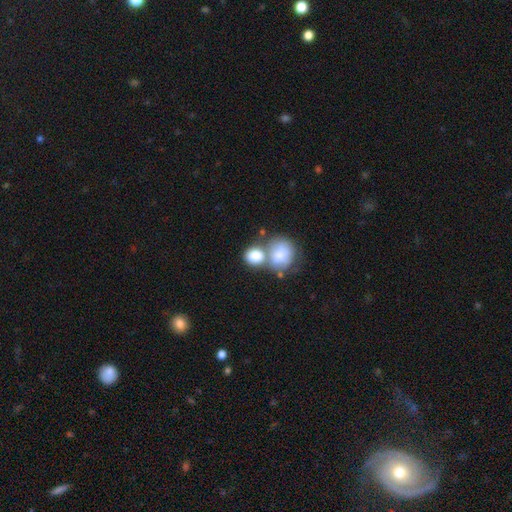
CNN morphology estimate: Q: Smooth or featured?
A: smooth (80%); runner-up: featured or disk (12%)
Q: How rounded?
A: round (67%); runner-up: in between (32%)
Q: Merging?
A: merger (52%); runner-up: none (33%)